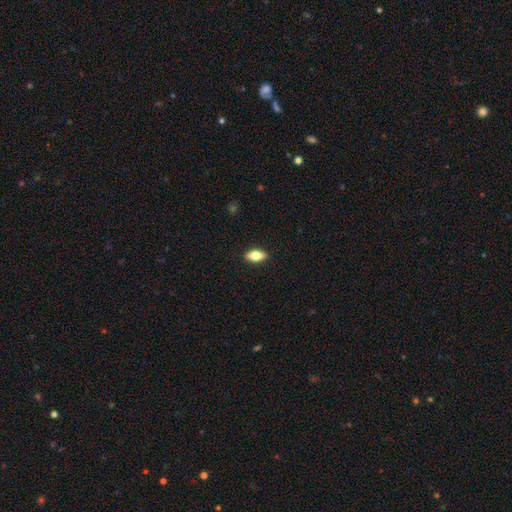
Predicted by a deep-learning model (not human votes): Q: Smooth or featured?
A: smooth (66%); runner-up: featured or disk (27%)
Q: How rounded?
A: in between (81%); runner-up: cigar-shaped (14%)
Q: Merging?
A: none (89%); runner-up: minor disturbance (8%)